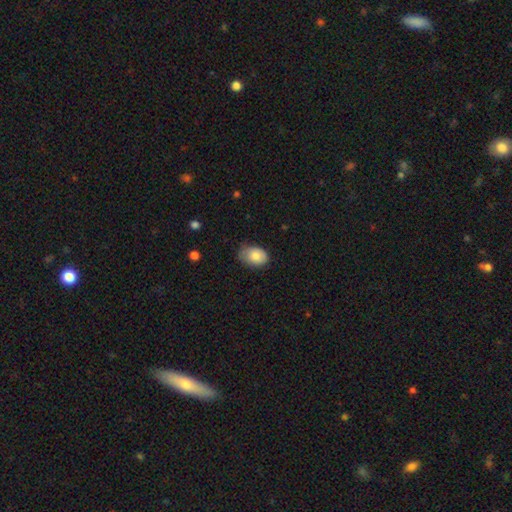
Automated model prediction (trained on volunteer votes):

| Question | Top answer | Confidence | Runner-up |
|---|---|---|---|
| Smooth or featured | smooth | 81% | featured or disk (12%) |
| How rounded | in between | 82% | round (17%) |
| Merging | none | 57% | minor disturbance (34%) |